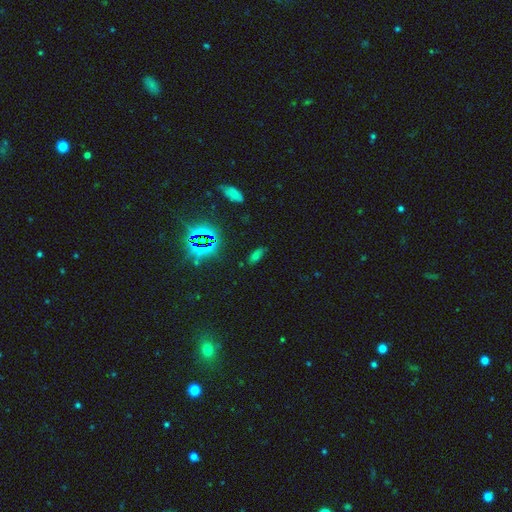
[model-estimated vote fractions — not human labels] Smooth or featured? smooth (47%)
Merging? none (76%)